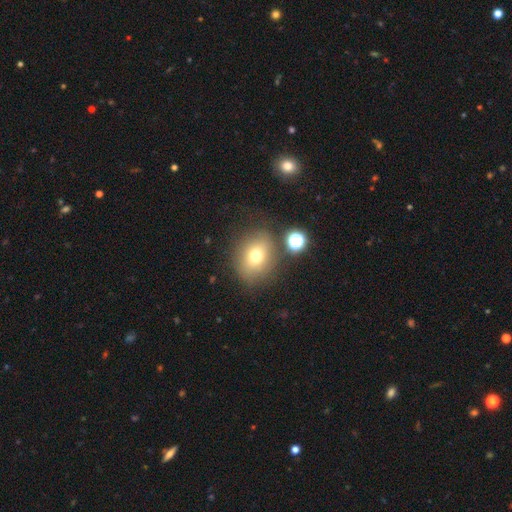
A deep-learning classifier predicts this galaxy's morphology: Smooth or featured? smooth (70%)
How rounded? round (64%)
Merging? none (75%)